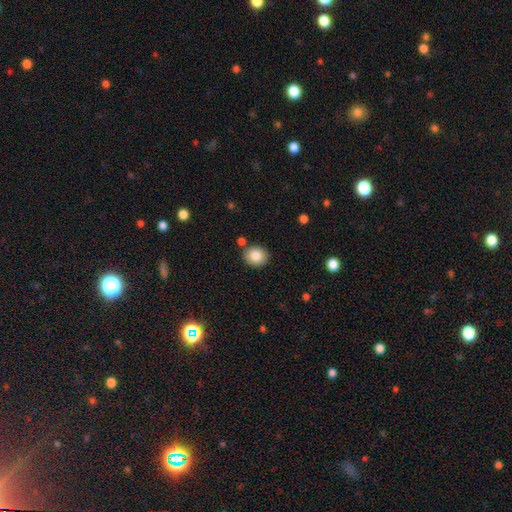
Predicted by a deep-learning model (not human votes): Morphology: type=smooth (85%); roundness=round (70%); merging=none (83%).